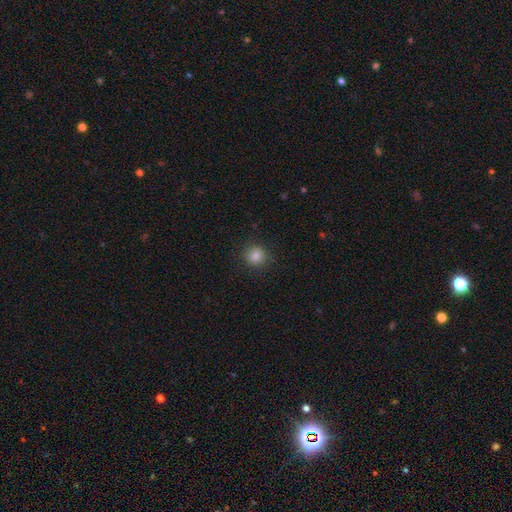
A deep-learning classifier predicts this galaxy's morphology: The model was most divided on "smooth or featured": smooth: 82%, star or artifact: 13%, featured or disk: 5%. More confident: how rounded — round (90%); merging — none (89%).